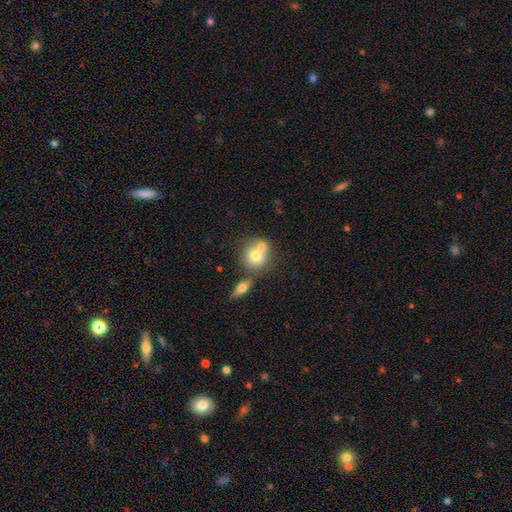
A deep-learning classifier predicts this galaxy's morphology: A smooth galaxy with no disk features (70%) that is round (80%). Merging: merger (49%).